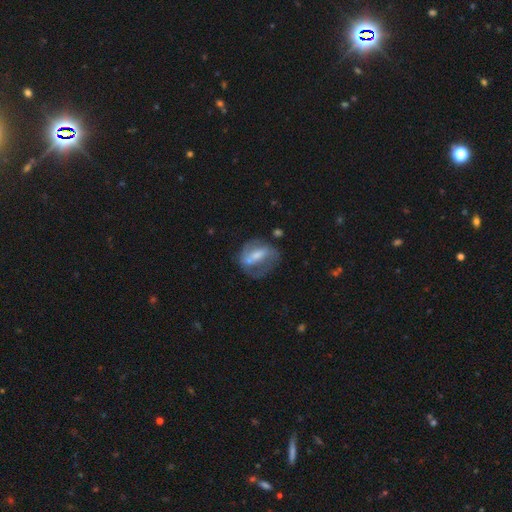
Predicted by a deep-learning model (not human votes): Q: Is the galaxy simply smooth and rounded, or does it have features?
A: featured or disk — 54%.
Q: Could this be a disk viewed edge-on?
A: no — 93%.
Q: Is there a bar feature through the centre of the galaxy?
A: weak — 36%.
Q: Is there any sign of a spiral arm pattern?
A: no — 52%.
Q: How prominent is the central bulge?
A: moderate — 42%.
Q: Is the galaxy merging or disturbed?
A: none — 44%.